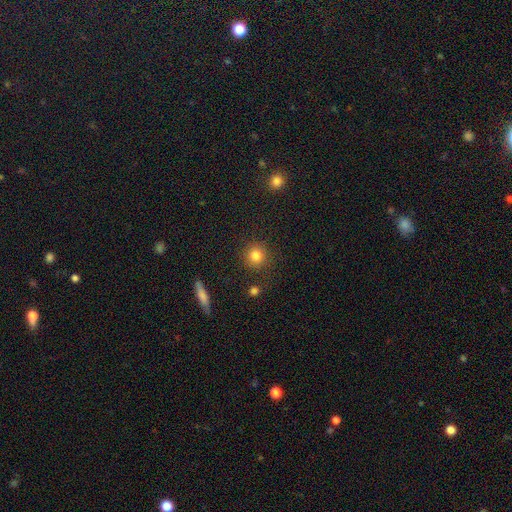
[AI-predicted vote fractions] Smooth or featured? smooth (83%)
How rounded? round (92%)
Merging? none (87%)